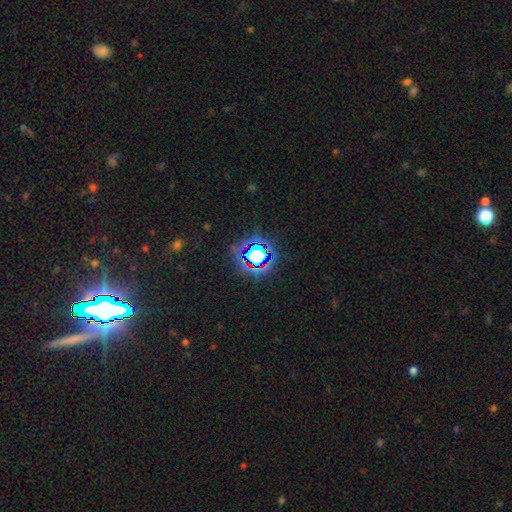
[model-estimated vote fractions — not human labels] Smooth or featured?
  - star or artifact: 72% *
  - smooth: 17%
  - featured or disk: 11%